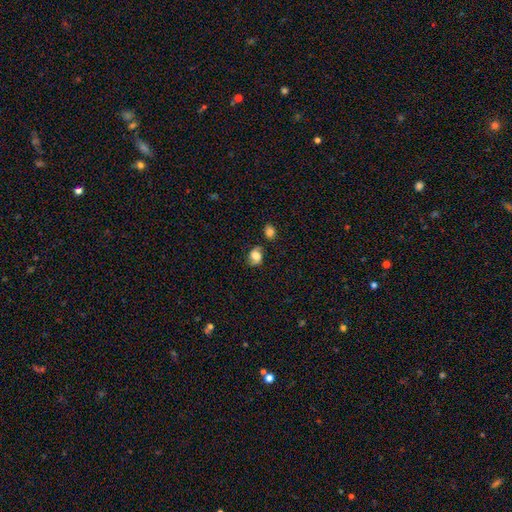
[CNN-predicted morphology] Smooth or featured: smooth — 59% (featured or disk — 30%)
How rounded: in between — 52% (round — 47%)
Merging: none — 66% (minor disturbance — 21%)